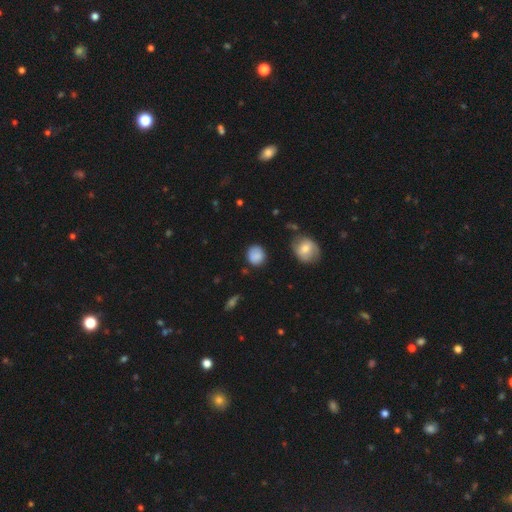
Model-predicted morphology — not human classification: smooth_or_featured: smooth (p=0.85) [alt: star or artifact p=0.08]
how_rounded: round (p=0.81) [alt: in between p=0.18]
merging: none (p=0.77) [alt: minor disturbance p=0.16]